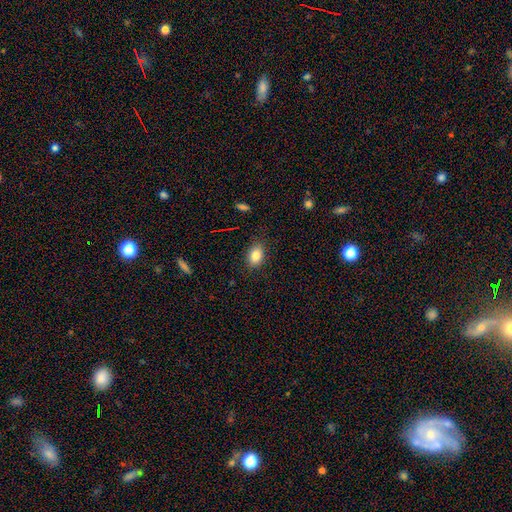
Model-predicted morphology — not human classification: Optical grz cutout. It shows a smooth galaxy with no disk features (84%) that is in between round and cigar-shaped (81%). Merging: none (85%).